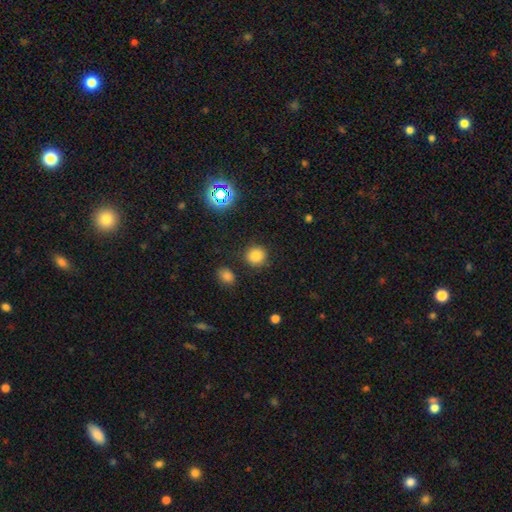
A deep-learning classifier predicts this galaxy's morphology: Overall: smooth (81%). How rounded: round (91%). Merging: none (87%).